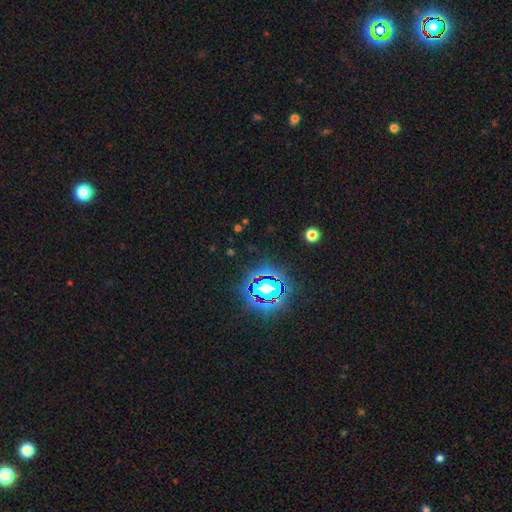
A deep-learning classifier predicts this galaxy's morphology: Smooth or featured: star or artifact — 81% (smooth — 11%)